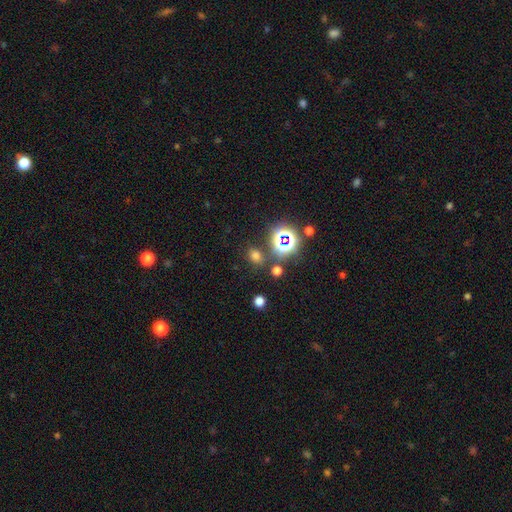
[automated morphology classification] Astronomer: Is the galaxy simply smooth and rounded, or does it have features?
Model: smooth — 60%.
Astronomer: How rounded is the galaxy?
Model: in between — 55% (runner-up: round, 44%).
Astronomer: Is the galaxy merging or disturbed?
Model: none — 77%.